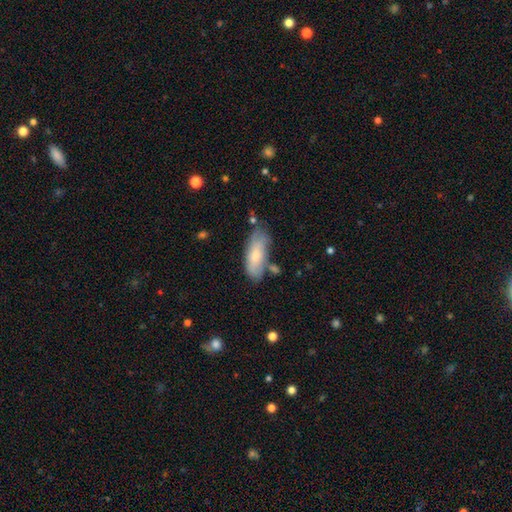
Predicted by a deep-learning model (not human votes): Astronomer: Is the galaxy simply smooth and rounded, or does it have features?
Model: smooth — 70%.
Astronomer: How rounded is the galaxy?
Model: in between — 75%.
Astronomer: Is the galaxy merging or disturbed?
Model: none — 64%.